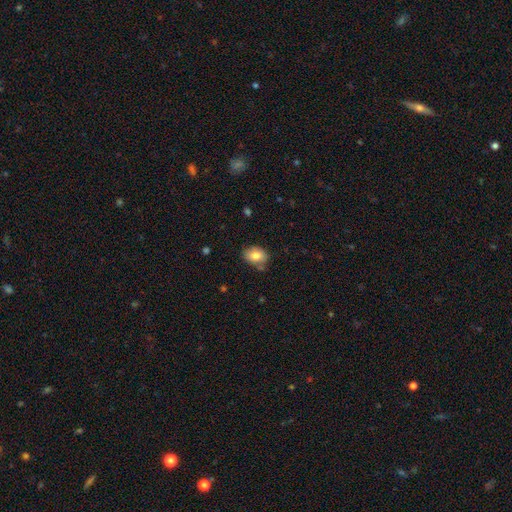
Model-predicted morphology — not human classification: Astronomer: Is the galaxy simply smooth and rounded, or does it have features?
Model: smooth — 79%.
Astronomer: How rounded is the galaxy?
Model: in between — 69%.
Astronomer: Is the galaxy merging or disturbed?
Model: none — 70%.